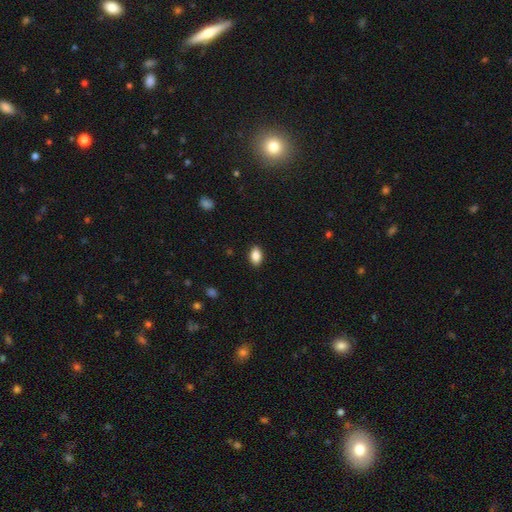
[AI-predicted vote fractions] smooth 86%, star or artifact 8%, featured or disk 6%. Down the decision tree: how rounded — in between (90%); merging — none (89%).